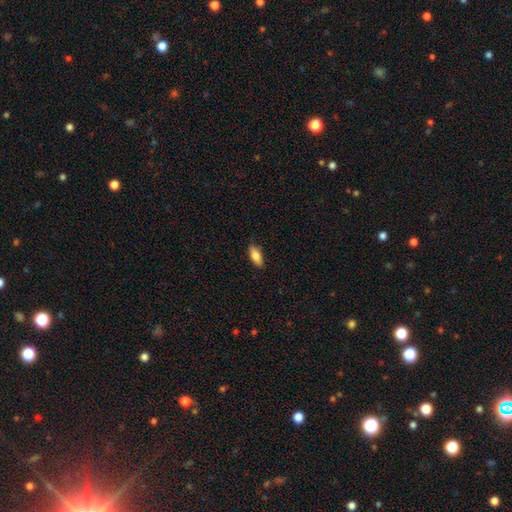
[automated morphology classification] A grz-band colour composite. It shows a smooth galaxy with no disk features (81%) that is in between round and cigar-shaped (82%). Merging: none (87%).